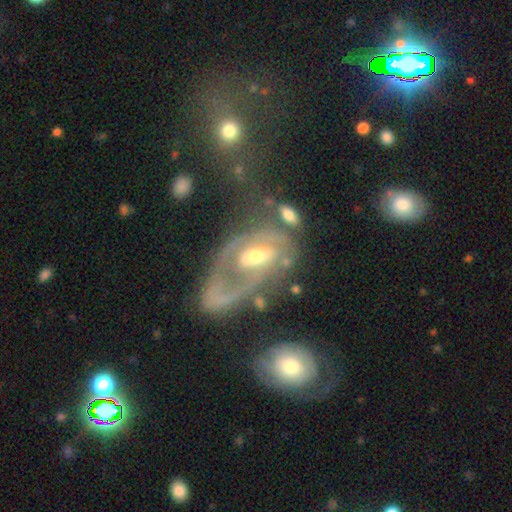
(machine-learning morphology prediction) Overall: featured or disk (76%). Edge-on disk: no (94%). Bar: no (51%; weak 36%). Spiral arms: yes (68%; no 32%). Bulge size: moderate (52%; small 40%). Merging: major disturbance (39%; none 29%).